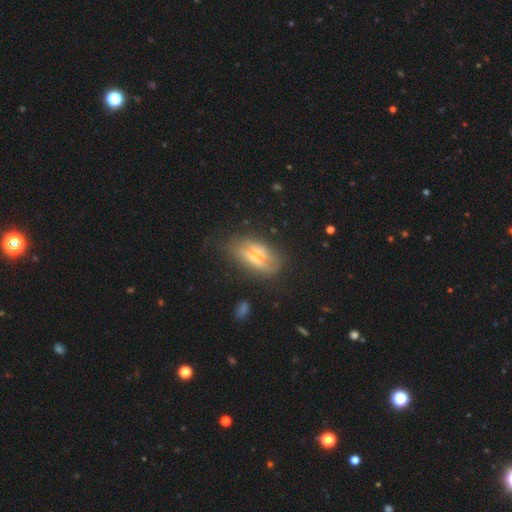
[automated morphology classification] Smooth or featured?
  - featured or disk: 51% *
  - smooth: 38%
  - star or artifact: 11%
Edge-on disk?
  - no: 53% *
  - yes: 47%
Merging?
  - none: 56% *
  - minor disturbance: 24%
  - major disturbance: 14%
  - merger: 6%